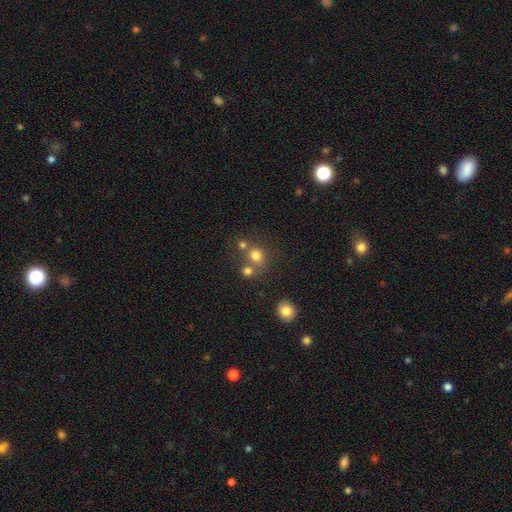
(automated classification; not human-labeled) Morphology: type=smooth (75%); roundness=round (86%); merging=none (58%).